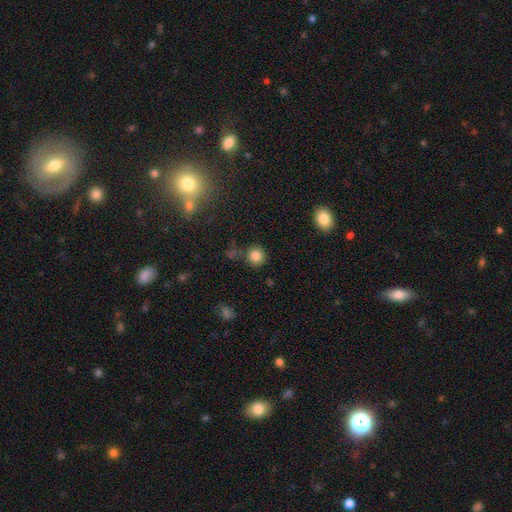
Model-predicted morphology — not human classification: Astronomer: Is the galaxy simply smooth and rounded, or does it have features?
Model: smooth — 82%.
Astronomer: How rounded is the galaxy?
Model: round — 92%.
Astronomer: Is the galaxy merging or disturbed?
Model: none — 77%.